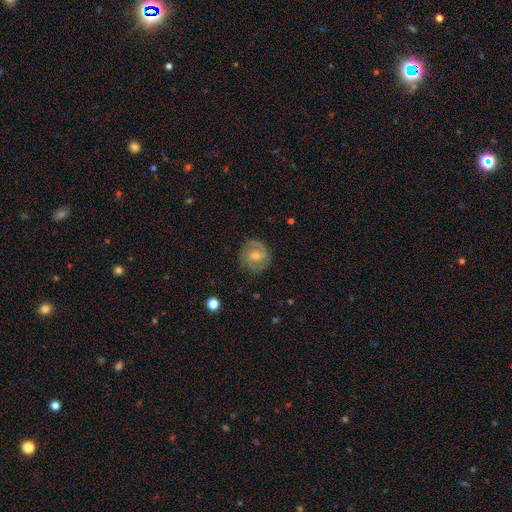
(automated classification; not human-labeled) Q: Smooth or featured?
A: featured or disk (72%); runner-up: smooth (20%)
Q: Edge-on disk?
A: no (98%); runner-up: yes (2%)
Q: Bar?
A: weak (51%); runner-up: no (37%)
Q: Spiral arms?
A: yes (91%); runner-up: no (9%)
Q: Spiral winding?
A: tight (46%); runner-up: medium (41%)
Q: Spiral arm count?
A: 2 (72%); runner-up: can't tell (13%)
Q: Bulge size?
A: moderate (55%); runner-up: small (39%)
Q: Merging?
A: none (81%); runner-up: minor disturbance (13%)